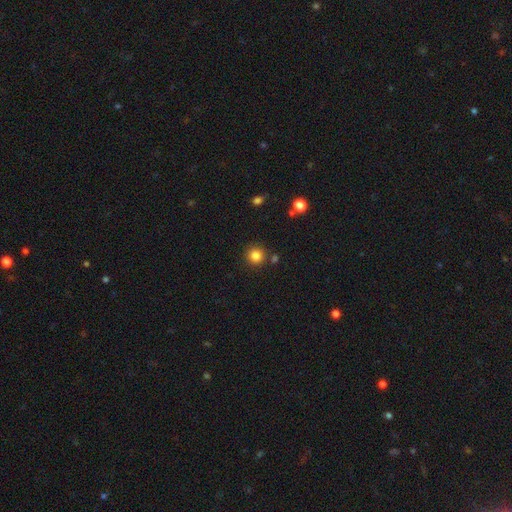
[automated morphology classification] type=smooth (83%); roundness=round (94%); merging=none (85%).